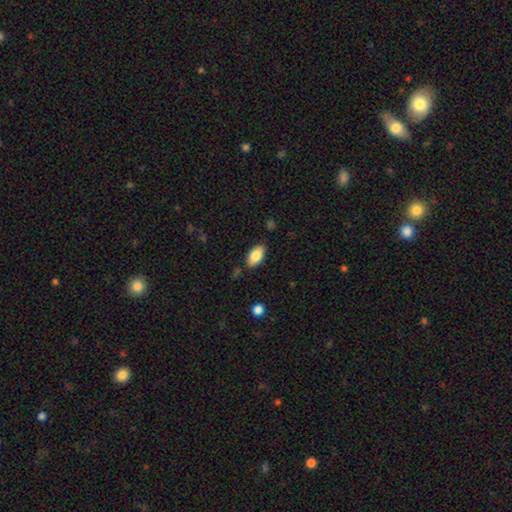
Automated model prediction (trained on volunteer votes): Q: Smooth or featured?
A: smooth (82%); runner-up: featured or disk (12%)
Q: How rounded?
A: in between (93%); runner-up: cigar-shaped (4%)
Q: Merging?
A: none (84%); runner-up: minor disturbance (12%)